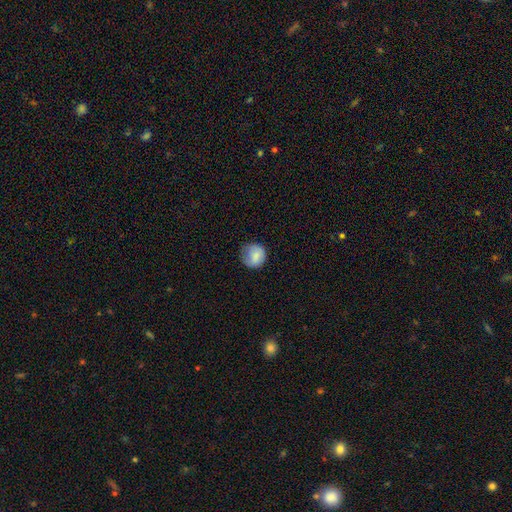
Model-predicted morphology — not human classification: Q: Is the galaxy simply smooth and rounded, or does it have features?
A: smooth — 83%.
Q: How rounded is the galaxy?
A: round — 89%.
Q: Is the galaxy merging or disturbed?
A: none — 68%.